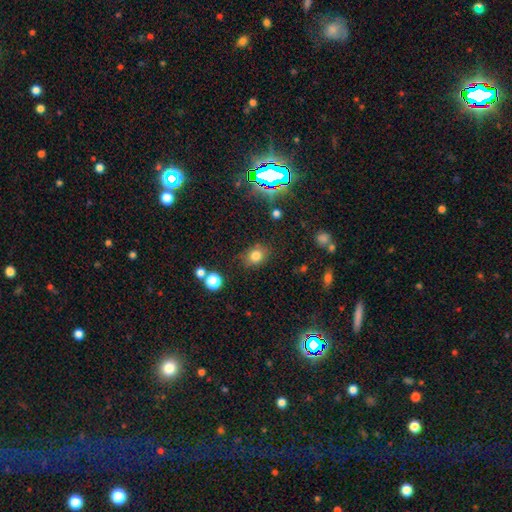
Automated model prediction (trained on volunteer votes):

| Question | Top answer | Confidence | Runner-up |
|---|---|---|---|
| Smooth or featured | smooth | 77% | star or artifact (16%) |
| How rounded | round | 51% | in between (48%) |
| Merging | none | 78% | minor disturbance (14%) |